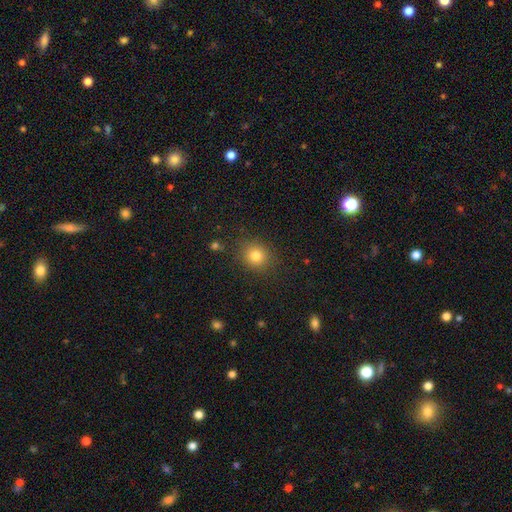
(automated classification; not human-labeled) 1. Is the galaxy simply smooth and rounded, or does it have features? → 81% smooth, 13% star or artifact, 7% featured or disk.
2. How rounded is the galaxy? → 79% round, 20% in between, 1% cigar-shaped.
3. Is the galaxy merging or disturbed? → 86% none, 9% minor disturbance, 3% major disturbance, 2% merger.